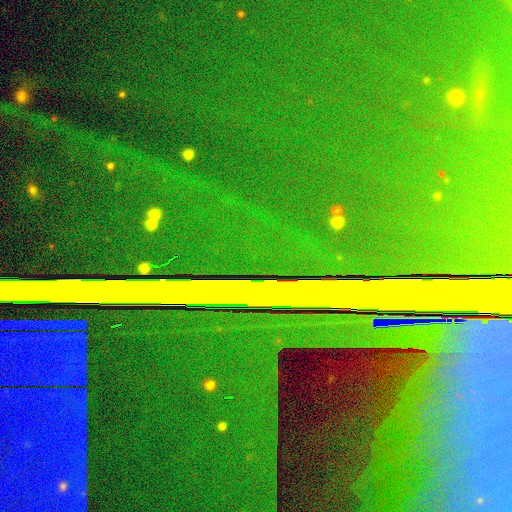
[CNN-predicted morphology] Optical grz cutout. It shows a star or artifact, not a galaxy (88%).